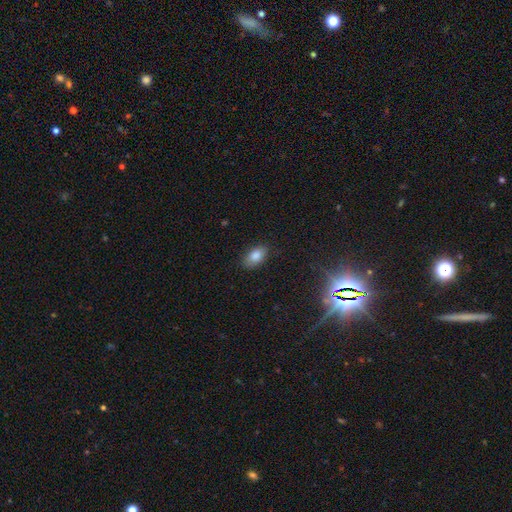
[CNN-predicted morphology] Smooth or featured?
  - smooth: 84% *
  - star or artifact: 8%
  - featured or disk: 8%
How rounded?
  - in between: 92% *
  - round: 6%
  - cigar-shaped: 3%
Merging?
  - none: 85% *
  - minor disturbance: 12%
  - major disturbance: 3%
  - merger: 1%